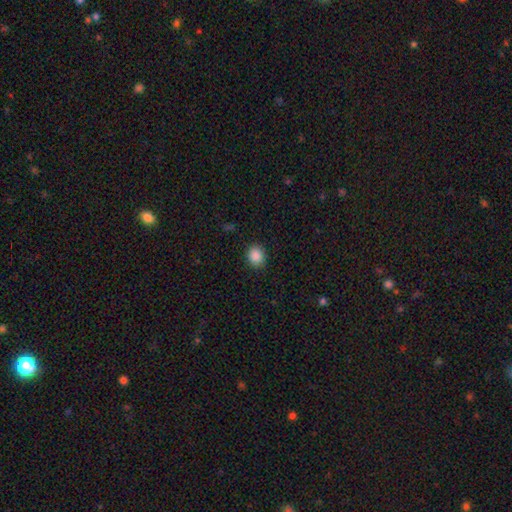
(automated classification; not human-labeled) smooth 88%, star or artifact 9%, featured or disk 3%. Down the decision tree: how rounded — round (65%); merging — none (90%).